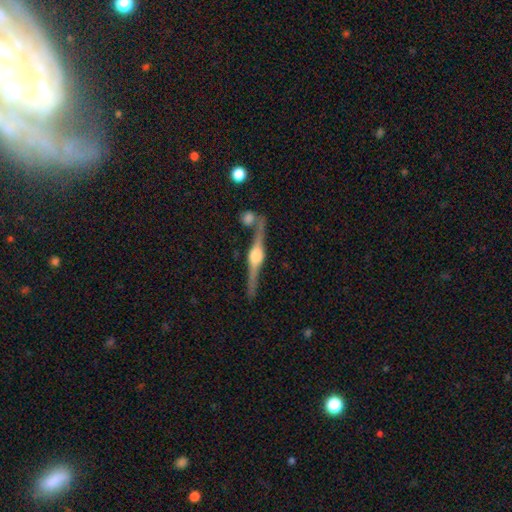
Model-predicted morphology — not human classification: smooth_or_featured: featured or disk (p=0.88) [alt: smooth p=0.07]
disk_edge_on: yes (p=0.97) [alt: no p=0.03]
edge_on_bulge: rounded (p=0.93) [alt: boxy p=0.05]
merging: none (p=0.78) [alt: minor disturbance p=0.10]